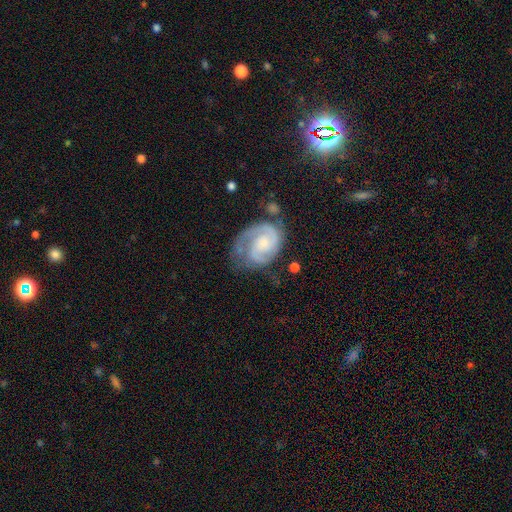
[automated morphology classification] Overall: featured or disk (86%). Edge-on disk: no (98%). Bar: no (61%; weak 33%). Spiral arms: yes (97%). Spiral arm count: 2 (75%). Spiral winding: tight (50%; medium 41%). Bulge size: small (46%; moderate 36%). Merging: none (57%; minor disturbance 25%).